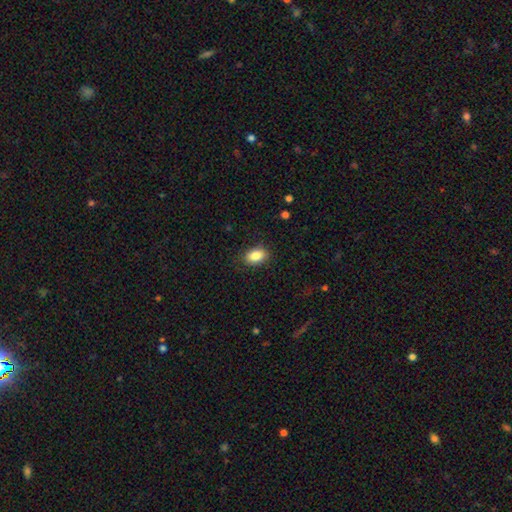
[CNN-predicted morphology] smooth-or-featured: smooth: 85% | star or artifact: 8% | featured or disk: 7%
  how-rounded: in between: 84% | round: 15% | cigar-shaped: 1%
  merging: none: 85% | minor disturbance: 12% | major disturbance: 3% | merger: 1%